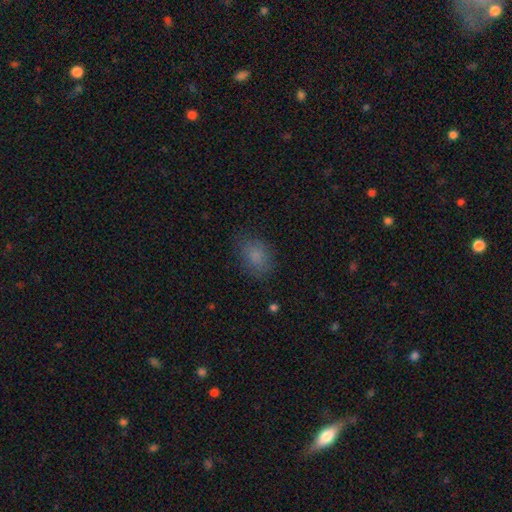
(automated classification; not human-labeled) Smooth or featured? Predicted: smooth (p=0.81). How rounded? Predicted: in between (p=0.71). Merging? Predicted: none (p=0.73).